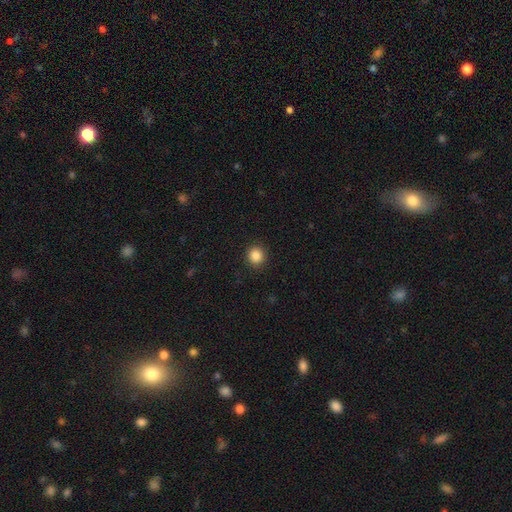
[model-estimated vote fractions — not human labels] Smooth or featured? smooth (86%)
How rounded? round (92%)
Merging? none (92%)